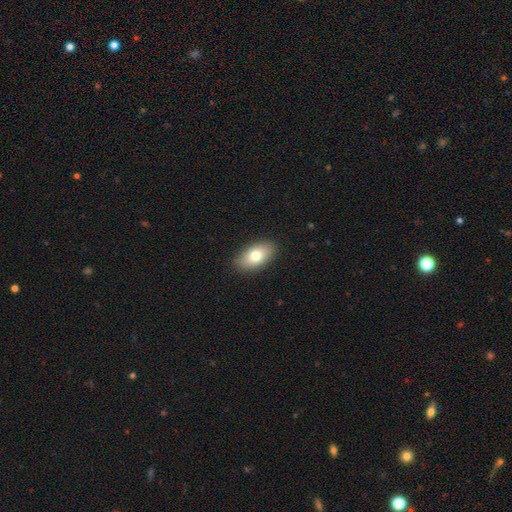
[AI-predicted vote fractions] The model was most divided on "smooth or featured": smooth: 76%, featured or disk: 17%, star or artifact: 7%. More confident: how rounded — in between (92%); merging — none (89%).